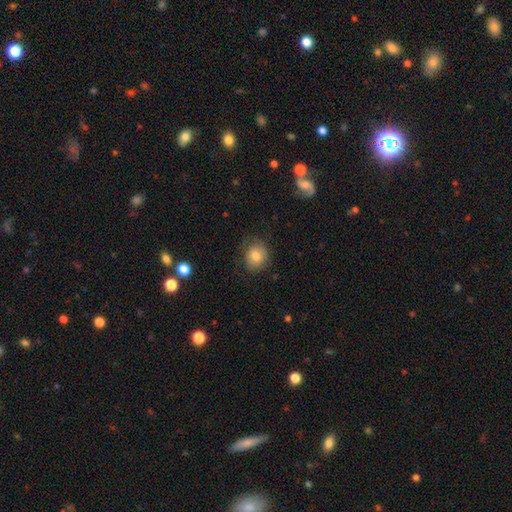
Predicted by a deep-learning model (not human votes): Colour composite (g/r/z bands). It shows a smooth galaxy with no disk features (79%) that is round (68%). Merging: none (76%).